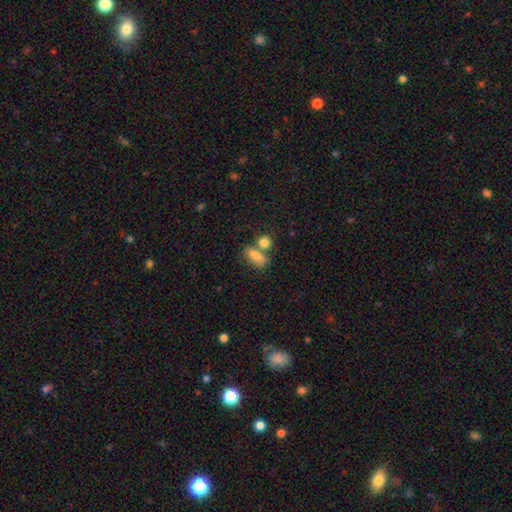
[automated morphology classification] The model was most divided on "merging": none: 46%, merger: 35%, minor disturbance: 14%, major disturbance: 6%. More confident: smooth or featured — smooth (80%); how rounded — in between (80%).